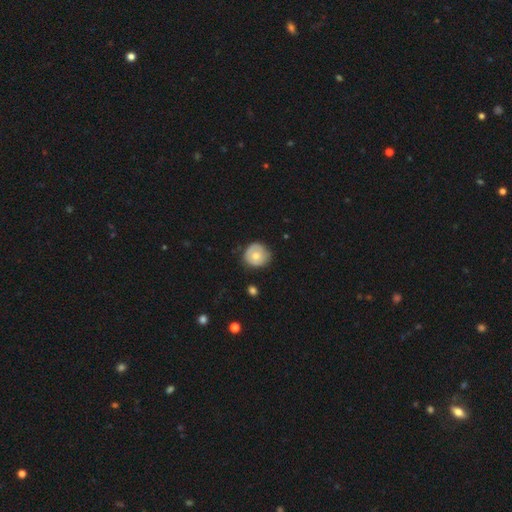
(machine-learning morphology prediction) smooth_or_featured: smooth (p=0.66) [alt: featured or disk p=0.27]
how_rounded: round (p=0.89) [alt: in between p=0.10]
merging: none (p=0.71) [alt: minor disturbance p=0.23]